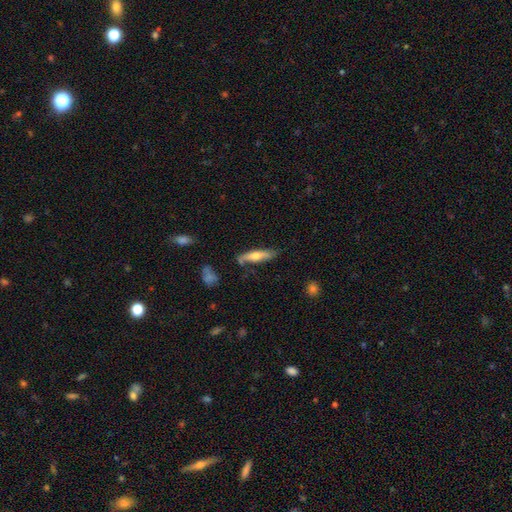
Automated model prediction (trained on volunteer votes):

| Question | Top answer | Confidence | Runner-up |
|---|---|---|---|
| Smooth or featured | smooth | 56% | featured or disk (38%) |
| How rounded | cigar-shaped | 76% | in between (22%) |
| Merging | none | 73% | minor disturbance (19%) |